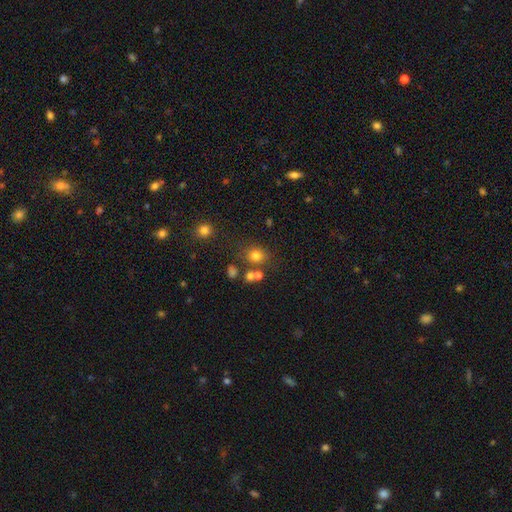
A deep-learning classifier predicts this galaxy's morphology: Smooth or featured? Predicted: smooth (p=0.75). How rounded? Predicted: round (p=0.70). Merging? Predicted: none (p=0.68).